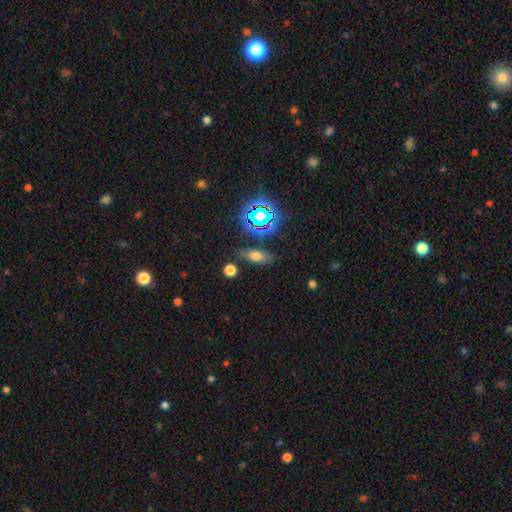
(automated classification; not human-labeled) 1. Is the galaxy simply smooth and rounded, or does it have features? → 63% smooth, 22% star or artifact, 15% featured or disk.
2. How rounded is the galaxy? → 69% in between, 21% cigar-shaped, 10% round.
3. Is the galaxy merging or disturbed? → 78% none, 13% minor disturbance, 5% merger, 4% major disturbance.